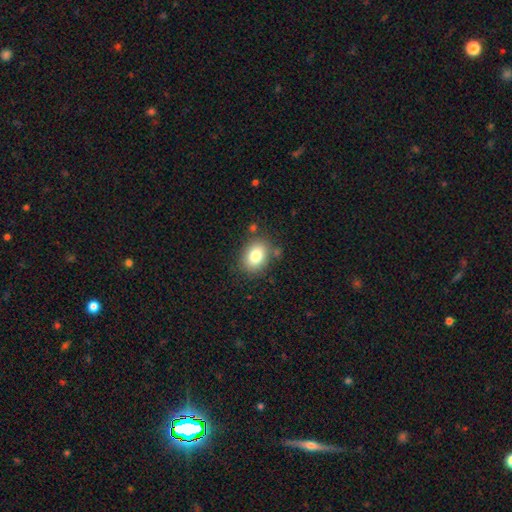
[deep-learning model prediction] smooth_or_featured: smooth (p=0.80) [alt: featured or disk p=0.10]
how_rounded: in between (p=0.62) [alt: round p=0.37]
merging: none (p=0.79) [alt: minor disturbance p=0.13]